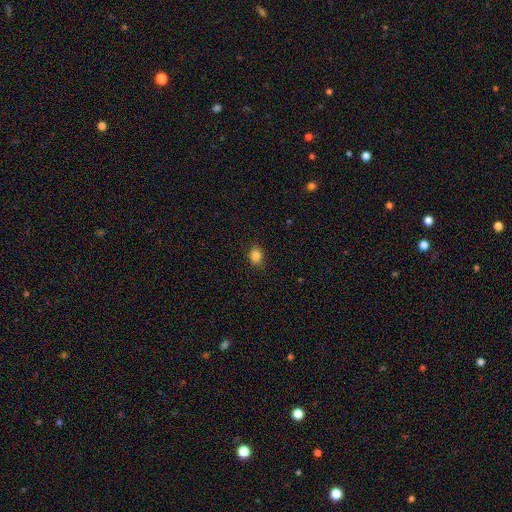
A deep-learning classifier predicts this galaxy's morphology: A smooth galaxy with no disk features (83%) that is in between round and cigar-shaped (50%). Merging: none (86%).